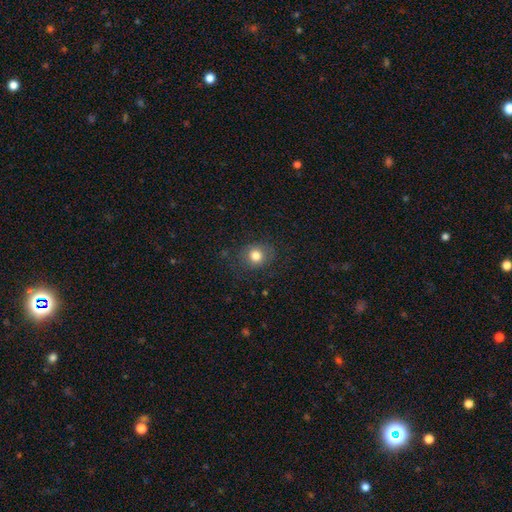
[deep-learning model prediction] Smooth or featured? smooth (80%)
How rounded? round (73%)
Merging? none (80%)